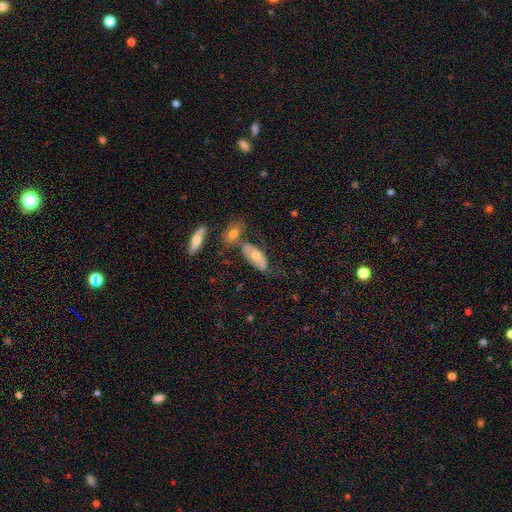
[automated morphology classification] A smooth galaxy with no disk features (57%) that is in between round and cigar-shaped (84%).

Vote fractions:
- Smooth or featured? smooth: 57% / featured or disk: 36% / star or artifact: 7%
- How rounded? in between: 84% / cigar-shaped: 13% / round: 3%
- Merging? none: 55% / merger: 19% / minor disturbance: 19% / major disturbance: 6%